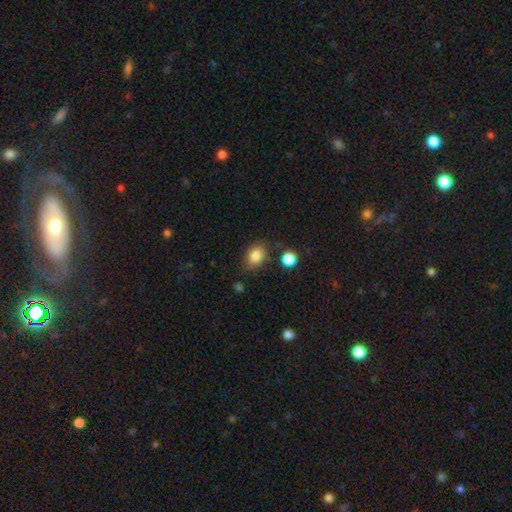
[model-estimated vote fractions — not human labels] A smooth galaxy with no disk features (83%) that is in between round and cigar-shaped (65%). Merging: none (76%).